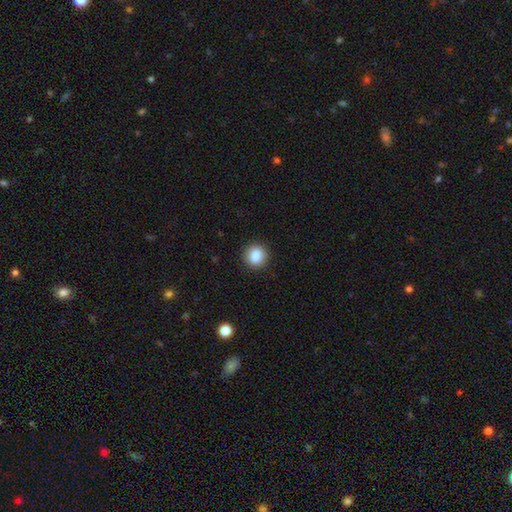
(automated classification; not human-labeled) Smooth or featured? Predicted: smooth (p=0.87). How rounded? Predicted: round (p=0.82). Merging? Predicted: none (p=0.90).